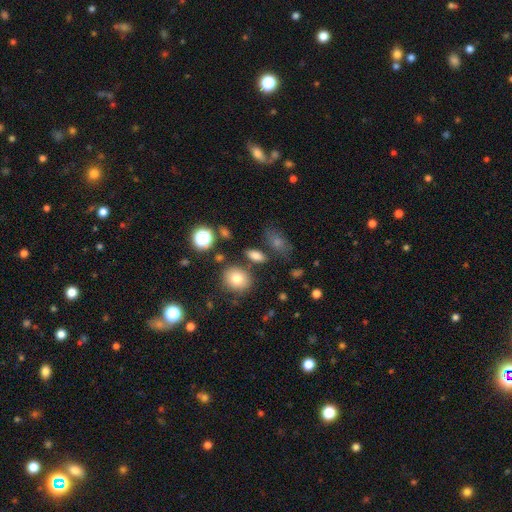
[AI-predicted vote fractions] Smooth or featured: smooth — 76% (star or artifact — 14%)
How rounded: in between — 68% (round — 23%)
Merging: none — 74% (minor disturbance — 13%)